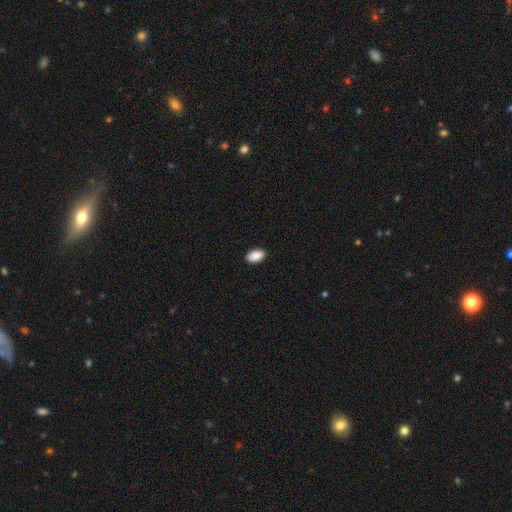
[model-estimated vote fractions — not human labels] smooth_or_featured: smooth (p=0.91) [alt: star or artifact p=0.07]
how_rounded: in between (p=0.94) [alt: round p=0.04]
merging: none (p=0.90) [alt: minor disturbance p=0.07]